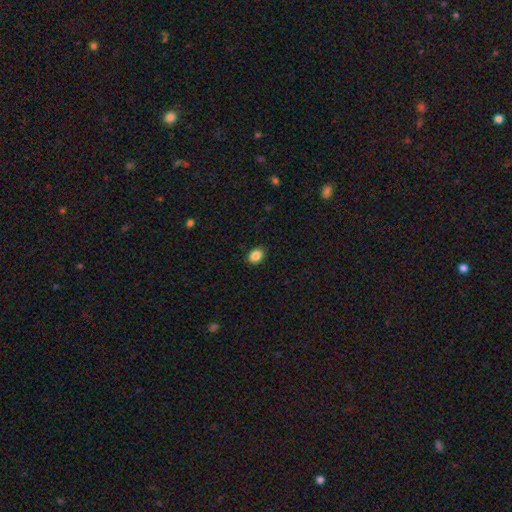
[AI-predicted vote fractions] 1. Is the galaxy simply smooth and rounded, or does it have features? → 87% smooth, 9% star or artifact, 4% featured or disk.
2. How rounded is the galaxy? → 64% in between, 35% round, 1% cigar-shaped.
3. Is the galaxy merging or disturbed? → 88% none, 9% minor disturbance, 2% major disturbance, 1% merger.